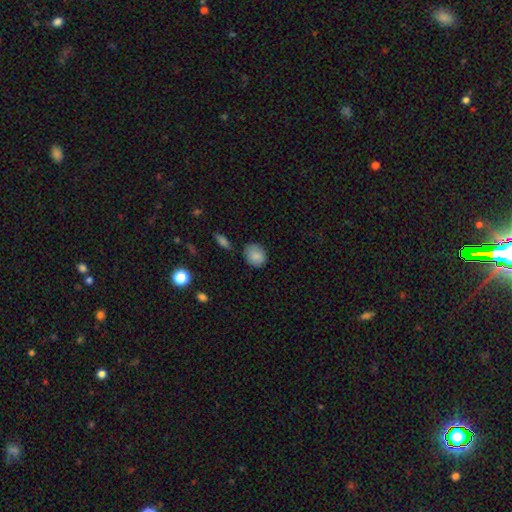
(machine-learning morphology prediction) Smooth or featured? Predicted: smooth (p=0.86). How rounded? Predicted: round (p=0.65). Merging? Predicted: none (p=0.73).